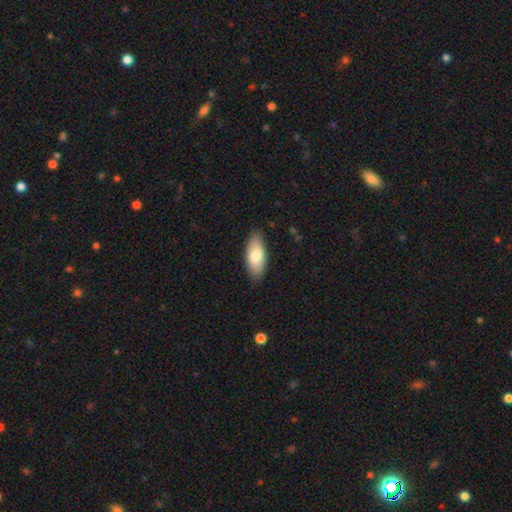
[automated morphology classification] Smooth or featured? Predicted: smooth (p=0.76). How rounded? Predicted: in between (p=0.86). Merging? Predicted: none (p=0.86).